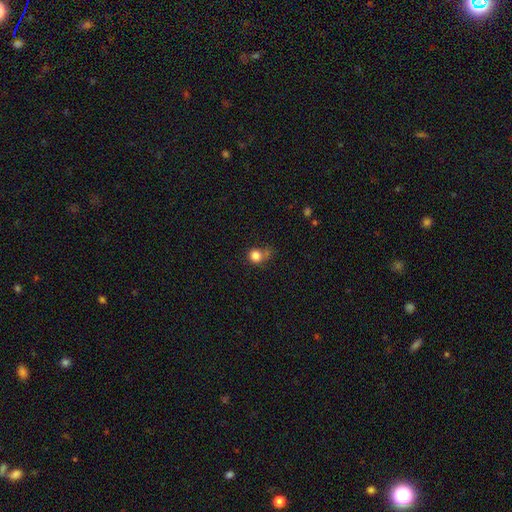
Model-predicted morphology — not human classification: Smooth or featured: smooth — 82% (star or artifact — 11%)
How rounded: round — 85% (in between — 14%)
Merging: none — 52% (minor disturbance — 22%)